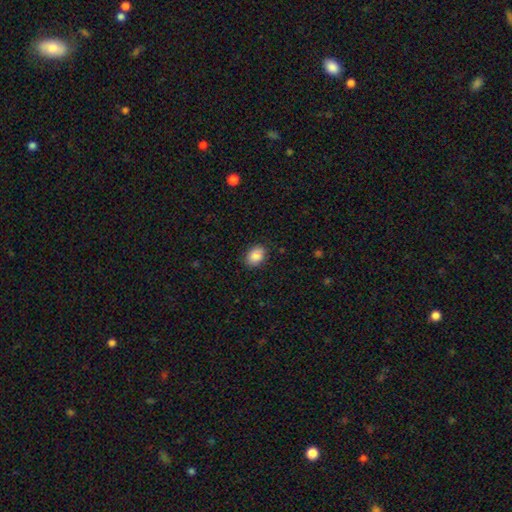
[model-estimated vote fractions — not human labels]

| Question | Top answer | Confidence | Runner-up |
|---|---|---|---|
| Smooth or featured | smooth | 88% | star or artifact (8%) |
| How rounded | in between | 76% | round (23%) |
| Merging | none | 85% | minor disturbance (11%) |